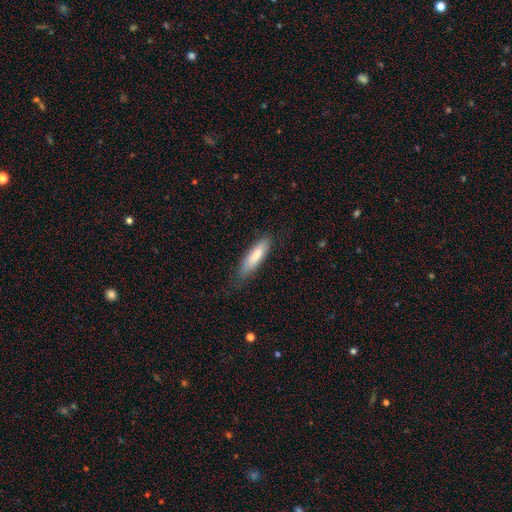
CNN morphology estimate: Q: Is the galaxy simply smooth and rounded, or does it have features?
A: smooth — 80%.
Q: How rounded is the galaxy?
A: cigar-shaped — 63%.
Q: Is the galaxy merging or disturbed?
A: none — 74%.